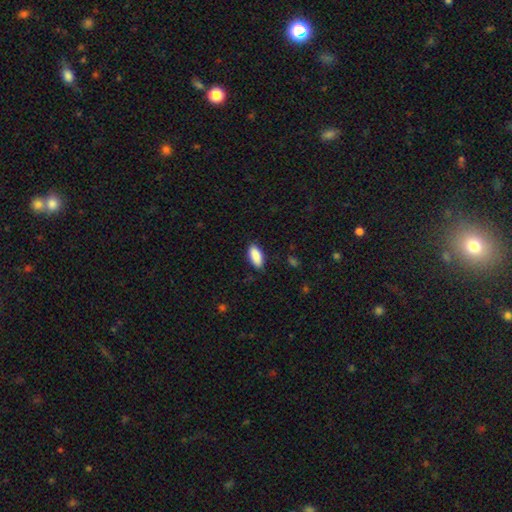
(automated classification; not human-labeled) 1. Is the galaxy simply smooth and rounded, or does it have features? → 89% smooth, 6% star or artifact, 5% featured or disk.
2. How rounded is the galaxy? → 88% in between, 10% cigar-shaped, 2% round.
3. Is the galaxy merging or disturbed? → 84% none, 12% minor disturbance, 3% major disturbance, 1% merger.